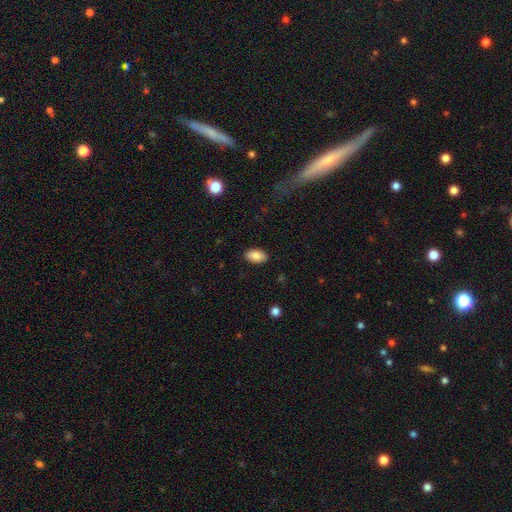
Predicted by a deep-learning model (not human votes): A smooth galaxy with no disk features (87%) that is in between round and cigar-shaped (94%). Merging: none (88%).